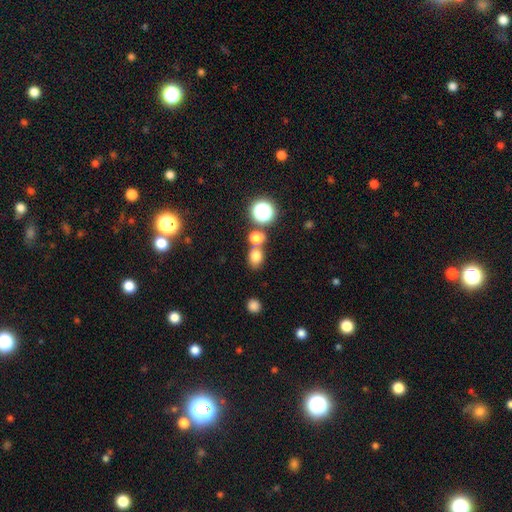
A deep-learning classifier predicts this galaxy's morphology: Q: Smooth or featured?
A: smooth (76%); runner-up: star or artifact (16%)
Q: How rounded?
A: round (57%); runner-up: in between (42%)
Q: Merging?
A: none (56%); runner-up: merger (30%)